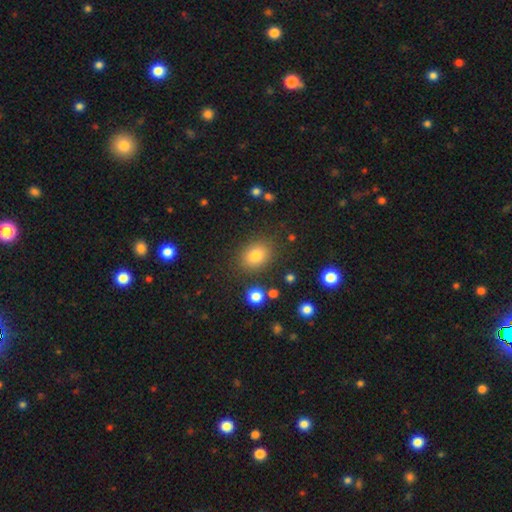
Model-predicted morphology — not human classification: Smooth or featured?
  - smooth: 80% *
  - star or artifact: 12%
  - featured or disk: 8%
How rounded?
  - in between: 53% *
  - round: 46%
  - cigar-shaped: 1%
Merging?
  - none: 82% *
  - minor disturbance: 11%
  - major disturbance: 4%
  - merger: 3%